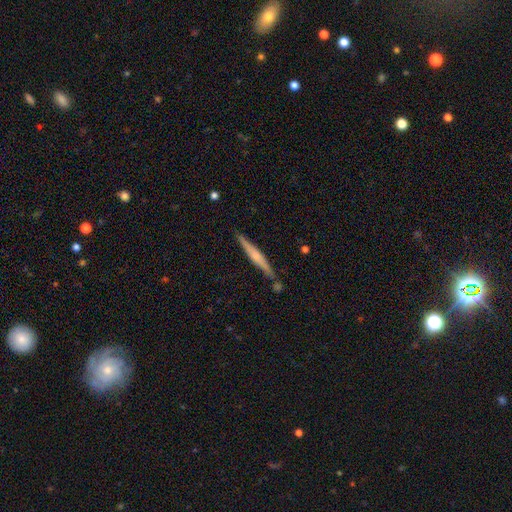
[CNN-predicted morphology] A featured or disk galaxy (59%) viewed edge-on (97%) with a rounded central bulge (62%). Merging: none (83%).